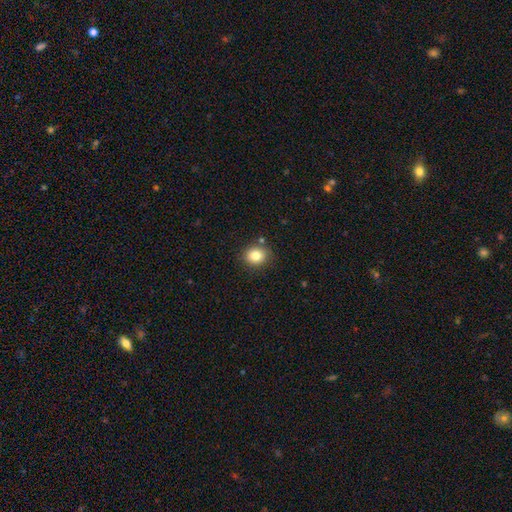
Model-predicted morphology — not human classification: A smooth galaxy with no disk features (82%) that is round (72%). Merging: none (83%).